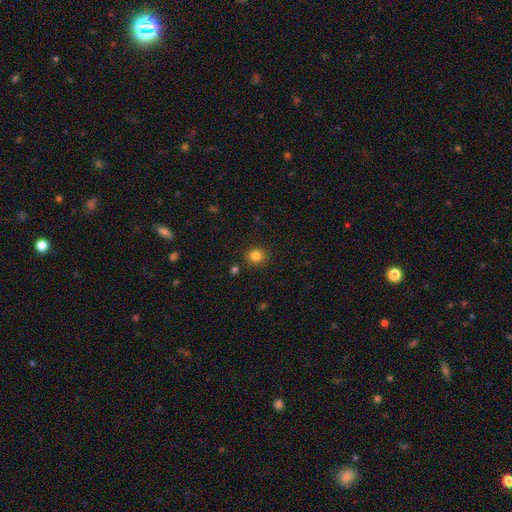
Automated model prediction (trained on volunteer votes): Smooth or featured?
  - smooth: 83% *
  - star or artifact: 12%
  - featured or disk: 5%
How rounded?
  - round: 89% *
  - in between: 10%
  - cigar-shaped: 1%
Merging?
  - none: 89% *
  - minor disturbance: 7%
  - merger: 2%
  - major disturbance: 2%